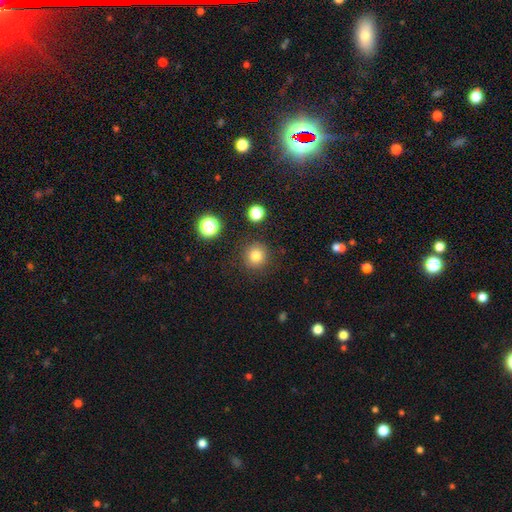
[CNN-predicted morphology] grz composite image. It shows a smooth galaxy with no disk features (79%) that is round (94%). Merging: none (88%).